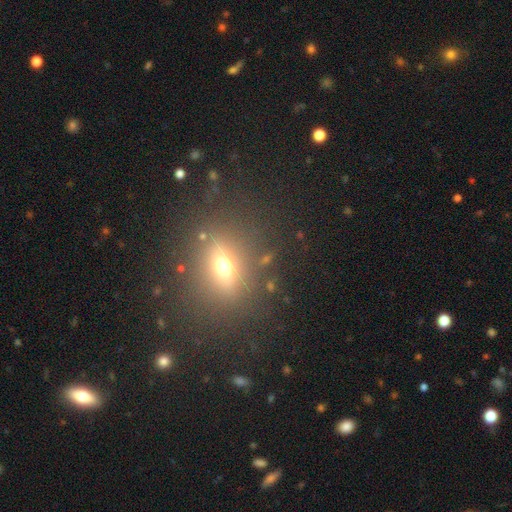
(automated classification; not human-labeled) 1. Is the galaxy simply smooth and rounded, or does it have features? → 49% smooth, 26% featured or disk, 25% star or artifact.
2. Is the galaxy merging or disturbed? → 85% none, 9% minor disturbance, 4% major disturbance, 3% merger.